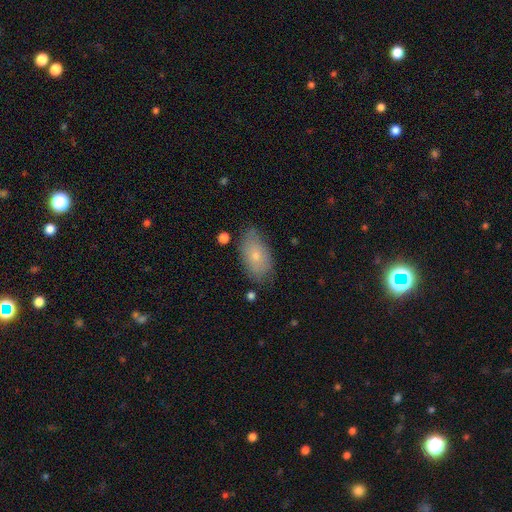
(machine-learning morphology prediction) smooth-or-featured: smooth: 69% | featured or disk: 24% | star or artifact: 7%
  how-rounded: in between: 92% | round: 5% | cigar-shaped: 2%
  merging: none: 69% | minor disturbance: 23% | major disturbance: 5% | merger: 2%